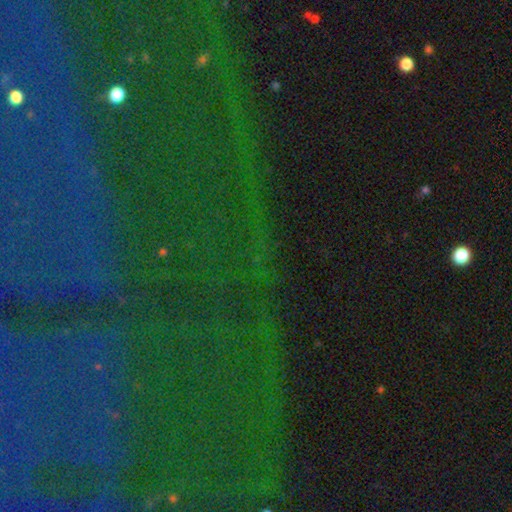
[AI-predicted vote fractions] Smooth or featured: star or artifact — 81% (featured or disk — 10%)